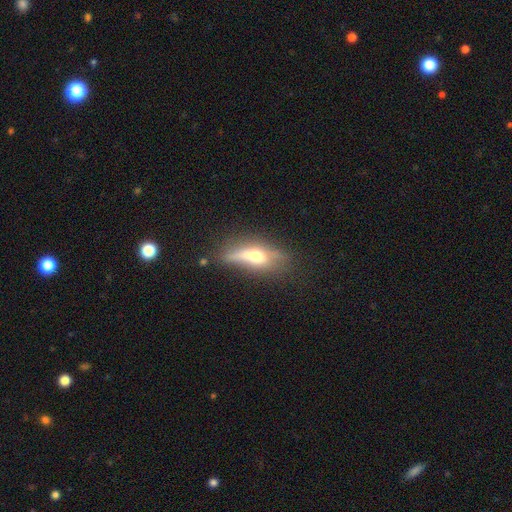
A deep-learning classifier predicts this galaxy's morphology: Smooth or featured?
  - featured or disk: 49% *
  - smooth: 42%
  - star or artifact: 9%
Merging?
  - none: 51% *
  - minor disturbance: 24%
  - major disturbance: 15%
  - merger: 9%